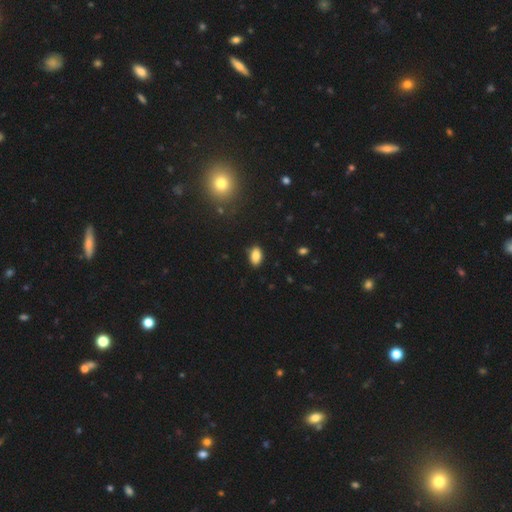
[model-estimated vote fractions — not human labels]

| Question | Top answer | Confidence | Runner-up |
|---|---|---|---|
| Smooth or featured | smooth | 86% | star or artifact (9%) |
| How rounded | in between | 91% | round (7%) |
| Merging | none | 87% | minor disturbance (10%) |